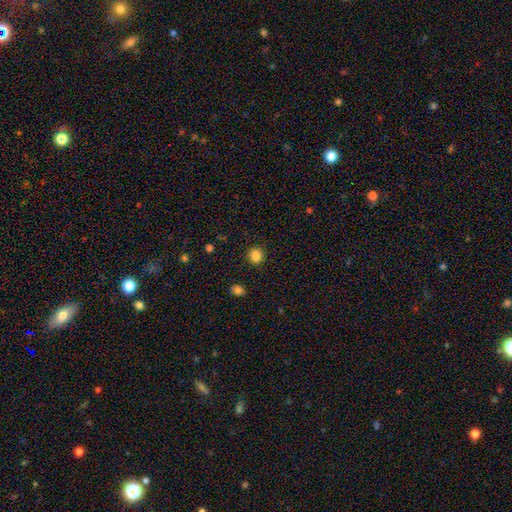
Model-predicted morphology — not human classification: A smooth galaxy with no disk features (84%) that is round (81%).

Vote fractions:
- Smooth or featured? smooth: 84% / star or artifact: 12% / featured or disk: 4%
- How rounded? round: 81% / in between: 18% / cigar-shaped: 1%
- Merging? none: 85% / minor disturbance: 9% / merger: 3% / major disturbance: 3%